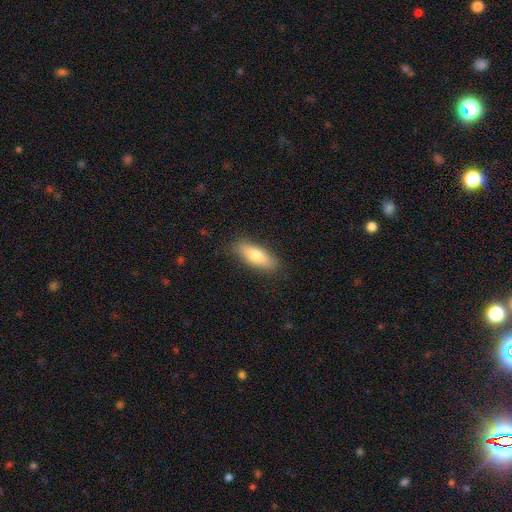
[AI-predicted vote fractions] A smooth galaxy with no disk features (74%) that is in between round and cigar-shaped (61%). Merging: none (86%).